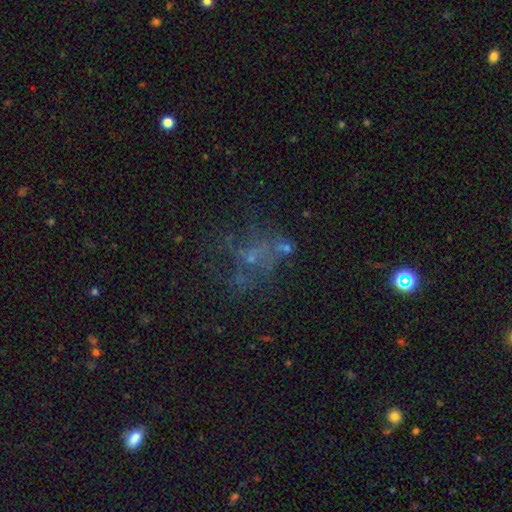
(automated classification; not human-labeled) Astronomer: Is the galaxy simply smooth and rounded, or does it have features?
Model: featured or disk — 41% (runner-up: star or artifact, 33%).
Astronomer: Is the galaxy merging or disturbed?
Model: none — 47% (runner-up: major disturbance, 28%).